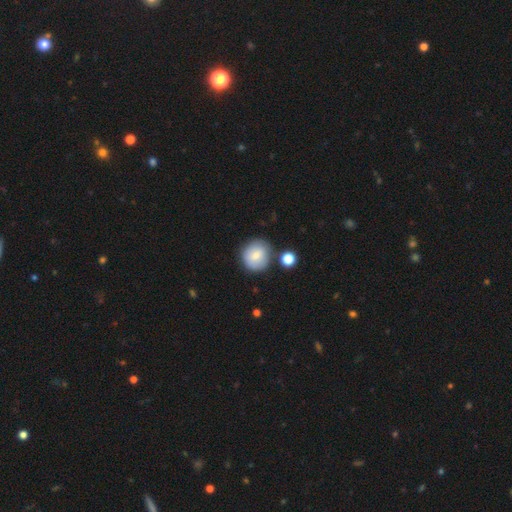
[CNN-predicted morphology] Smooth or featured? smooth (76%)
How rounded? round (90%)
Merging? none (74%)